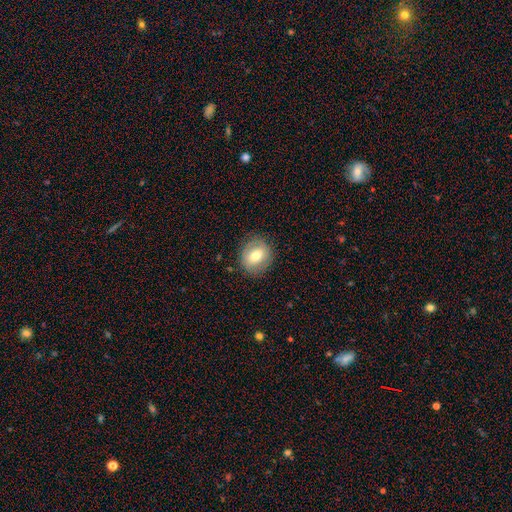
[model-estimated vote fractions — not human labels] This is likely a smooth galaxy (61%). How rounded: likely round (66%). Merging: clearly none (82%).